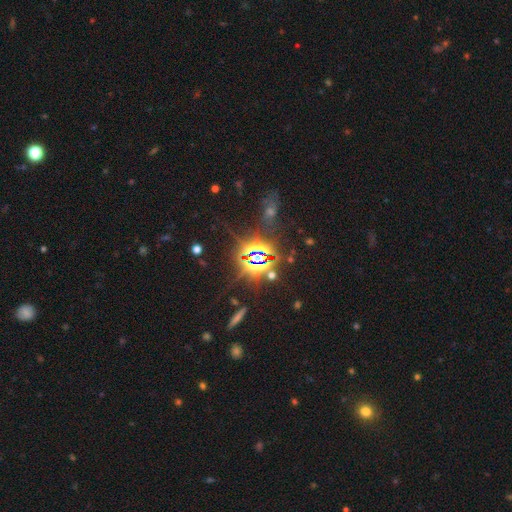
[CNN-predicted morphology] Overall: star or artifact (82%).